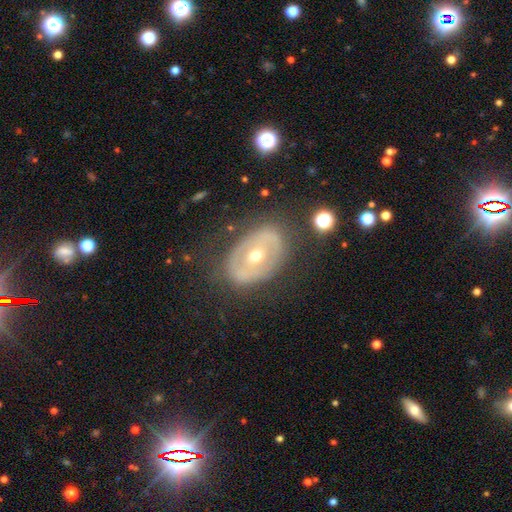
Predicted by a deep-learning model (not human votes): A featured or disk galaxy (67%) with no bar (55%), no spiral arms (76%) and a moderate central bulge (60%).

Vote fractions:
- Smooth or featured? featured or disk: 67% / smooth: 26% / star or artifact: 7%
- Edge-on disk? no: 93% / yes: 7%
- Bar? no: 55% / weak: 24% / strong: 21%
- Spiral arms? no: 76% / yes: 24%
- Bulge size? moderate: 60% / small: 36% / large: 2% / dominant: 1% / none: 1%
- Merging? none: 74% / minor disturbance: 16% / major disturbance: 9% / merger: 2%